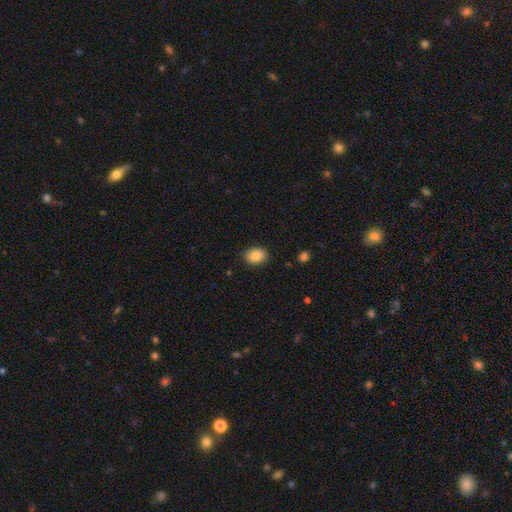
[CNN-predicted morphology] Smooth or featured: smooth — 87% (star or artifact — 8%)
How rounded: in between — 66% (round — 33%)
Merging: none — 88% (minor disturbance — 9%)